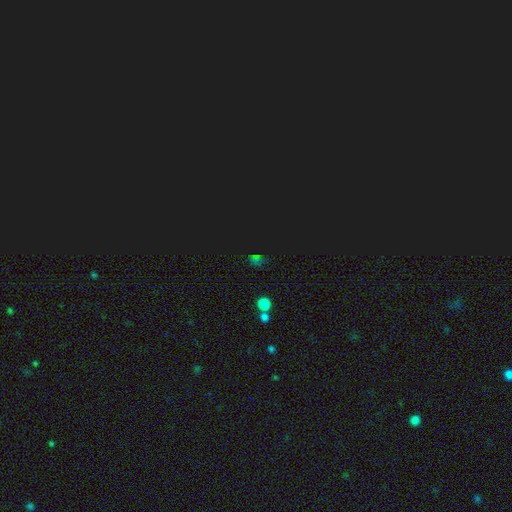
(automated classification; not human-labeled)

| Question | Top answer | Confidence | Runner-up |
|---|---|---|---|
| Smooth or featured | star or artifact | 57% | smooth (35%) |